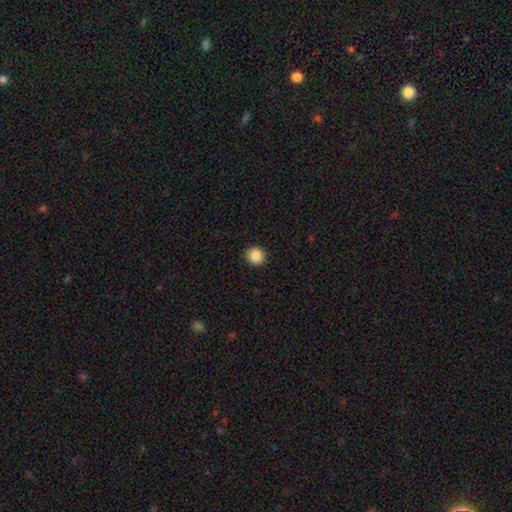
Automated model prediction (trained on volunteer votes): A smooth galaxy with no disk features (87%) that is round (88%). Merging: none (91%).